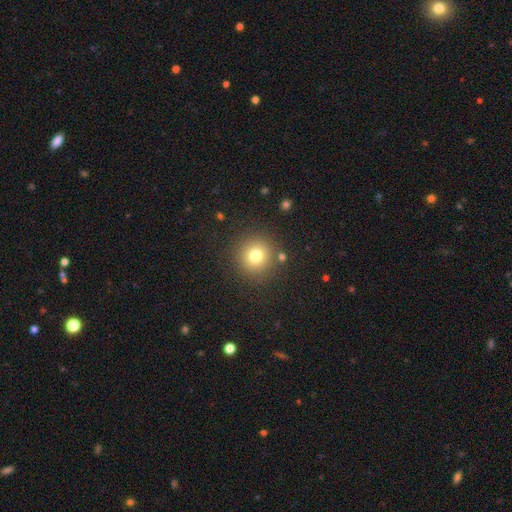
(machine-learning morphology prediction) type=smooth (76%); roundness=round (94%); merging=none (87%).